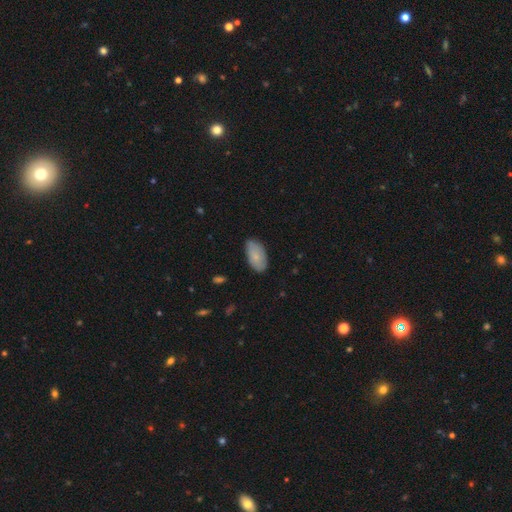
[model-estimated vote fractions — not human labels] This is likely a smooth galaxy (78%). How rounded: clearly in between (95%). Merging: likely none (77%).